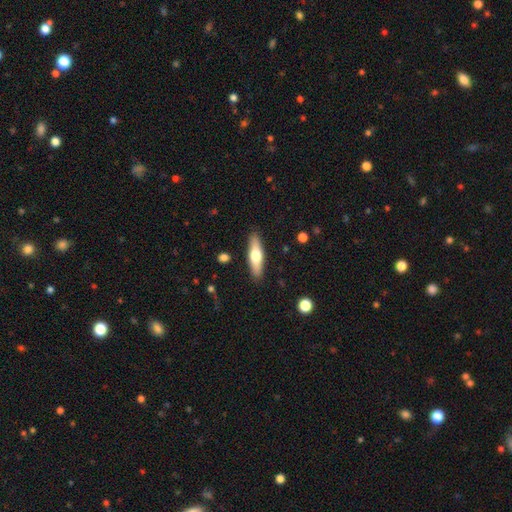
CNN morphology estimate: This is possibly a smooth galaxy (56%). How rounded: likely cigar-shaped (62%). Merging: clearly none (88%).